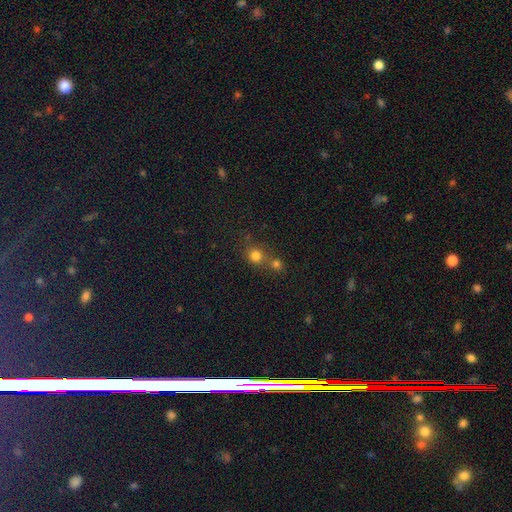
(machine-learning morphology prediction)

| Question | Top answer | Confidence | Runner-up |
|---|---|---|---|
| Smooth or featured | smooth | 77% | star or artifact (16%) |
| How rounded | round | 87% | in between (12%) |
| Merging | none | 50% | merger (40%) |